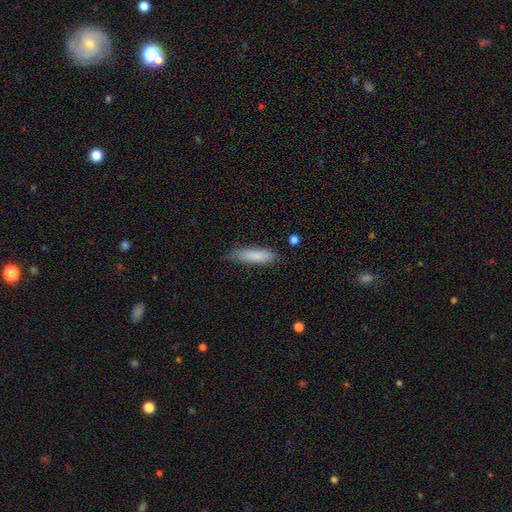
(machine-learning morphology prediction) smooth 85%, featured or disk 9%, star or artifact 6%. Down the decision tree: how rounded — cigar-shaped (67%); merging — none (72%).